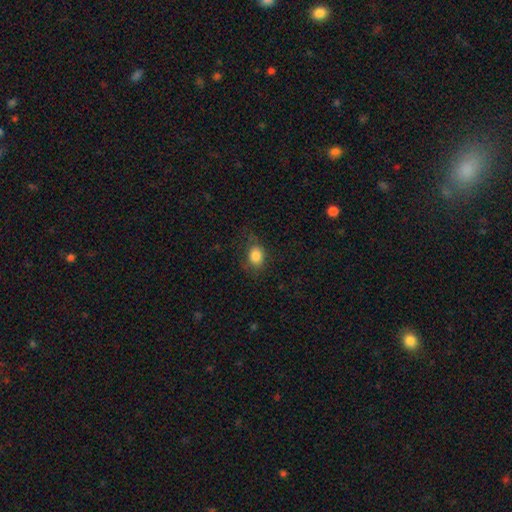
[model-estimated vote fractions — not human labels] Smooth or featured? smooth (83%)
How rounded? in between (56%)
Merging? none (64%)